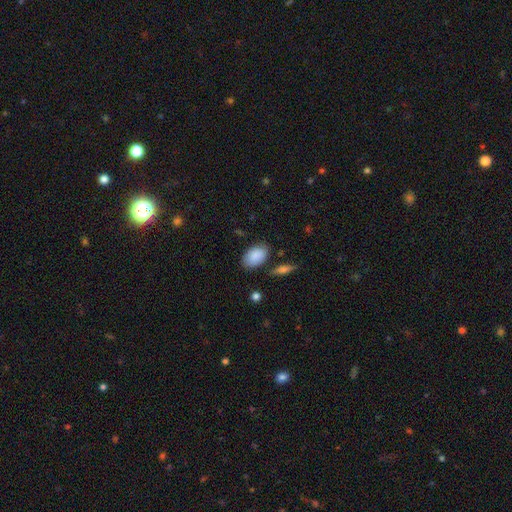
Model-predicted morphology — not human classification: The model was most divided on "merging": none: 79%, minor disturbance: 14%, merger: 3%, major disturbance: 3%. More confident: how rounded — in between (91%); smooth or featured — smooth (87%).